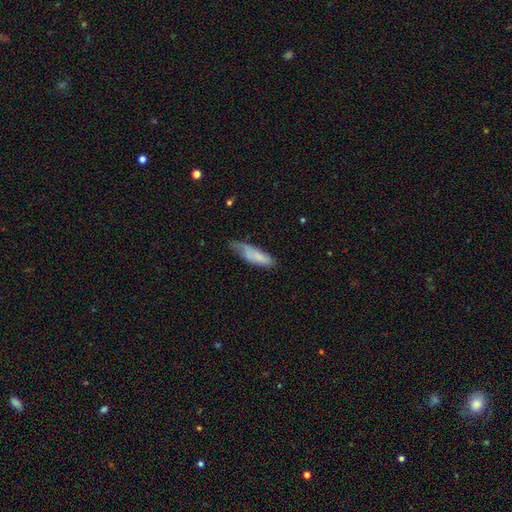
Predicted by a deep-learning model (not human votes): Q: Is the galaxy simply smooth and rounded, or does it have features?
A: smooth — 69%.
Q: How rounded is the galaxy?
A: cigar-shaped — 53%.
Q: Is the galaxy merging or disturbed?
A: minor disturbance — 40%, tied with none.